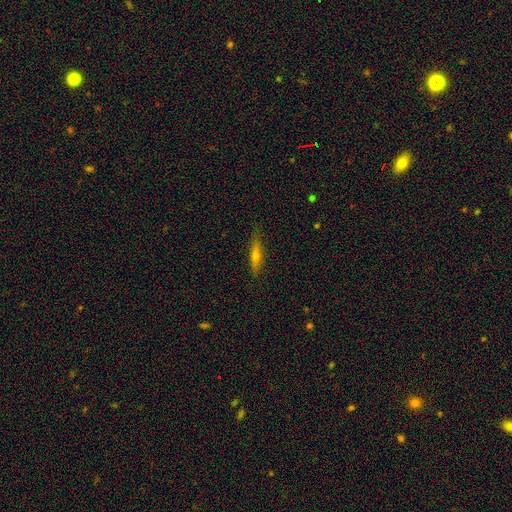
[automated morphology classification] Smooth or featured? Predicted: smooth (p=0.47). Merging? Predicted: none (p=0.85).